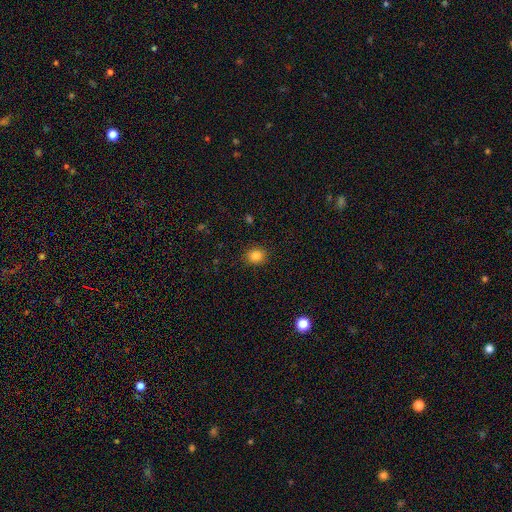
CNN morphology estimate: A smooth galaxy with no disk features (85%) that is round (68%).

Vote fractions:
- Smooth or featured? smooth: 85% / star or artifact: 11% / featured or disk: 4%
- How rounded? round: 68% / in between: 31% / cigar-shaped: 1%
- Merging? none: 89% / minor disturbance: 8% / major disturbance: 2% / merger: 1%